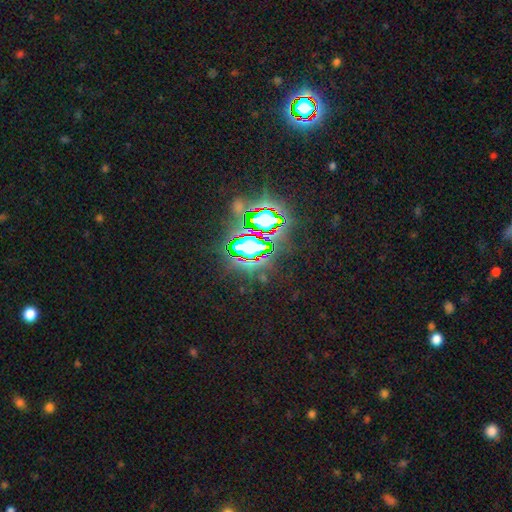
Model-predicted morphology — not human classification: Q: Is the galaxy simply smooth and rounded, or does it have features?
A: star or artifact — 84%.